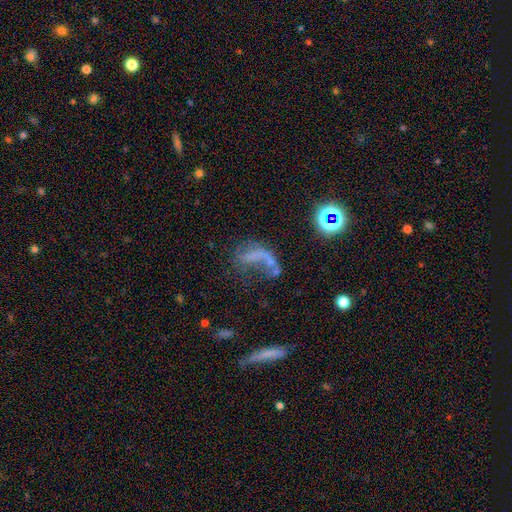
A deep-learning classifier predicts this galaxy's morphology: A featured or disk galaxy (43%).

Vote fractions:
- Smooth or featured? featured or disk: 43% / smooth: 32% / star or artifact: 25%
- Merging? major disturbance: 40% / none: 26% / merger: 20% / minor disturbance: 14%